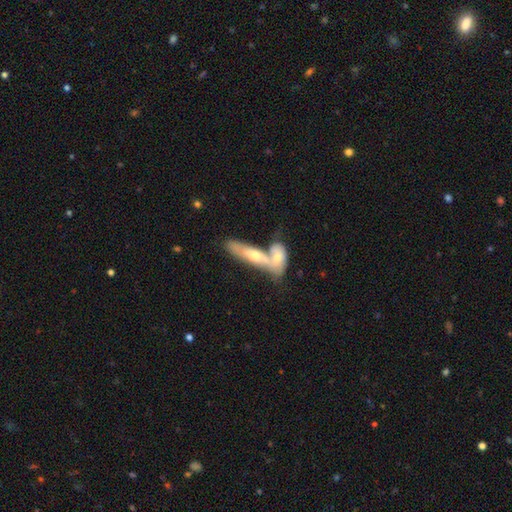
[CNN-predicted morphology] featured or disk 48%, smooth 45%, star or artifact 7%. Down the decision tree: merging — merger (62%).